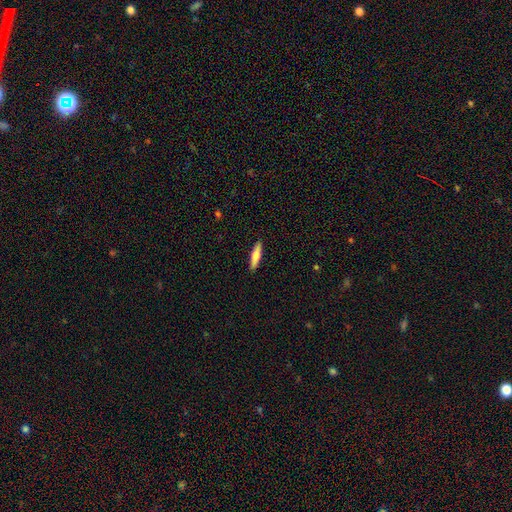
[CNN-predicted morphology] smooth_or_featured: smooth (p=0.68) [alt: featured or disk p=0.27]
how_rounded: cigar-shaped (p=0.80) [alt: in between p=0.19]
merging: none (p=0.91) [alt: minor disturbance p=0.07]